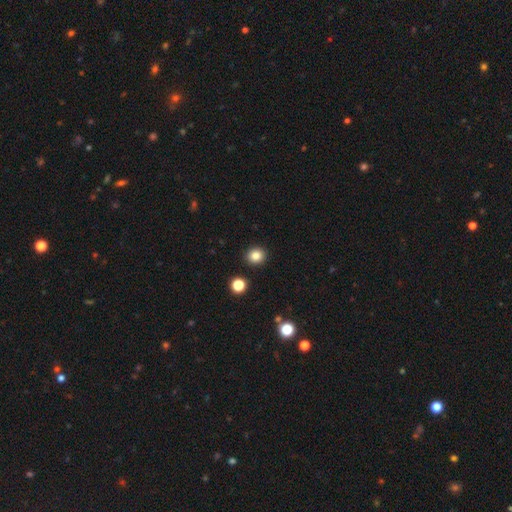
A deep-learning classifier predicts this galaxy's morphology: Q: Smooth or featured?
A: smooth (84%); runner-up: star or artifact (11%)
Q: How rounded?
A: round (84%); runner-up: in between (15%)
Q: Merging?
A: none (91%); runner-up: minor disturbance (5%)